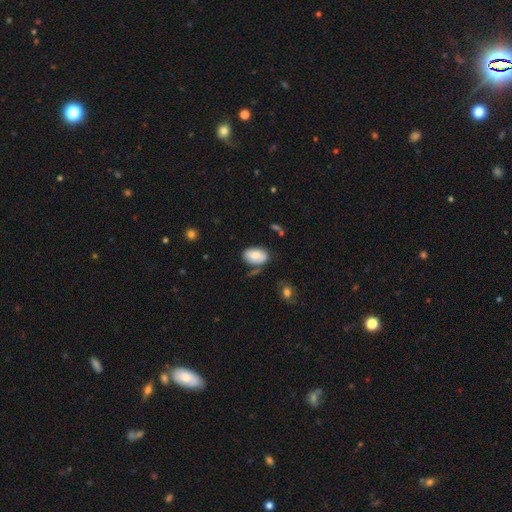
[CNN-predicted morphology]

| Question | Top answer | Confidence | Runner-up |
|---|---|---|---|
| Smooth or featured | smooth | 79% | featured or disk (14%) |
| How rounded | in between | 92% | round (7%) |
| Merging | none | 68% | minor disturbance (19%) |